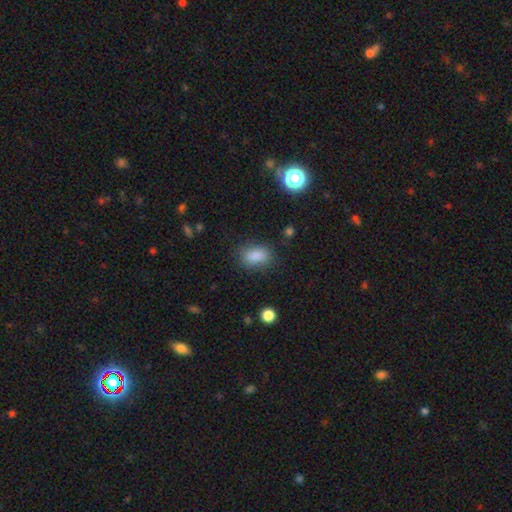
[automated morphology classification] This appears to be a smooth galaxy with no disk features (85%) that is in between round and cigar-shaped (84%). Merging: none (79%).